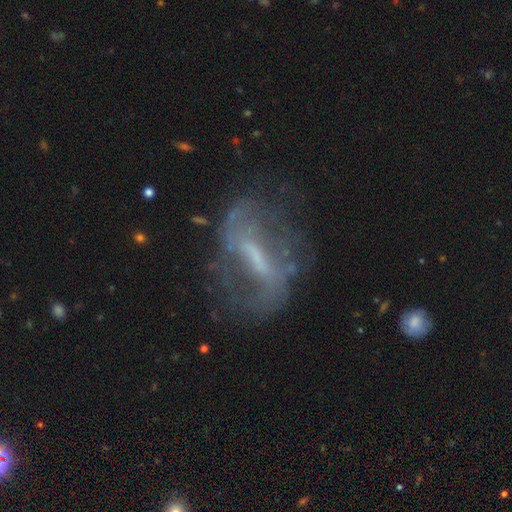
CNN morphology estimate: A featured or disk galaxy (74%) with a strong bar (53%), spiral arms (65%) and a small central bulge (34%).

Vote fractions:
- Smooth or featured? featured or disk: 74% / smooth: 15% / star or artifact: 11%
- Edge-on disk? no: 90% / yes: 10%
- Bar? strong: 53% / weak: 34% / no: 13%
- Spiral arms? yes: 65% / no: 35%
- Bulge size? small: 34% / none: 31% / moderate: 28% / large: 5% / dominant: 1%
- Merging? none: 56% / major disturbance: 21% / minor disturbance: 20% / merger: 3%